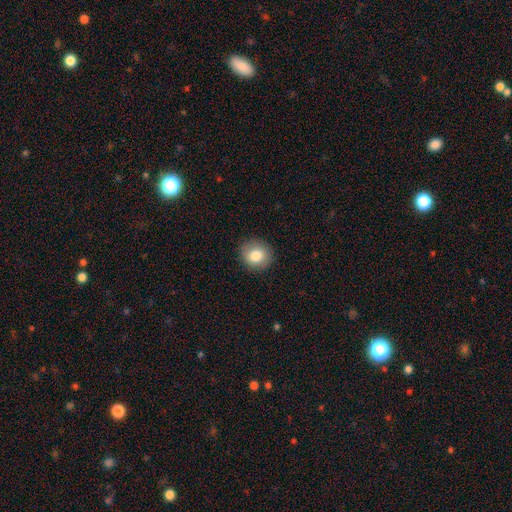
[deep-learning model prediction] Overall: smooth (83%). How rounded: round (86%). Merging: none (89%).